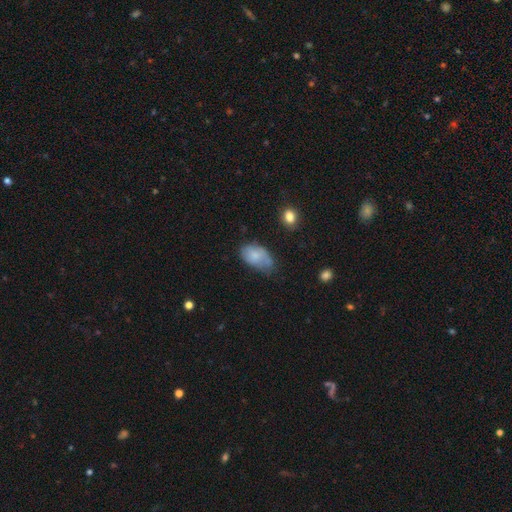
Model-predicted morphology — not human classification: A smooth galaxy with no disk features (76%) that is in between round and cigar-shaped (92%).

Vote fractions:
- Smooth or featured? smooth: 76% / featured or disk: 16% / star or artifact: 8%
- How rounded? in between: 92% / round: 7% / cigar-shaped: 2%
- Merging? none: 42% / minor disturbance: 39% / major disturbance: 13% / merger: 5%